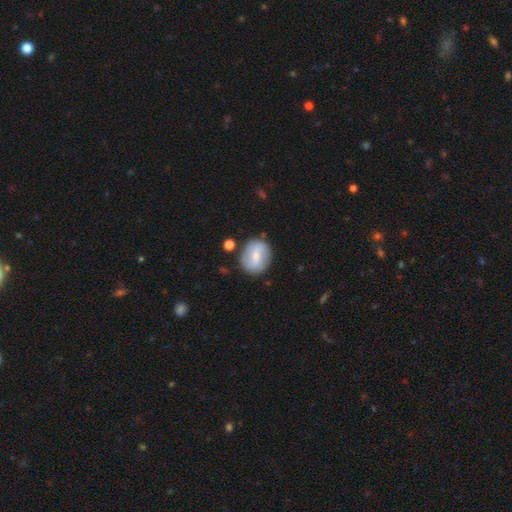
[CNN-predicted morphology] Smooth or featured?
  - featured or disk: 48% *
  - smooth: 45%
  - star or artifact: 7%
Merging?
  - none: 80% *
  - minor disturbance: 13%
  - major disturbance: 4%
  - merger: 4%